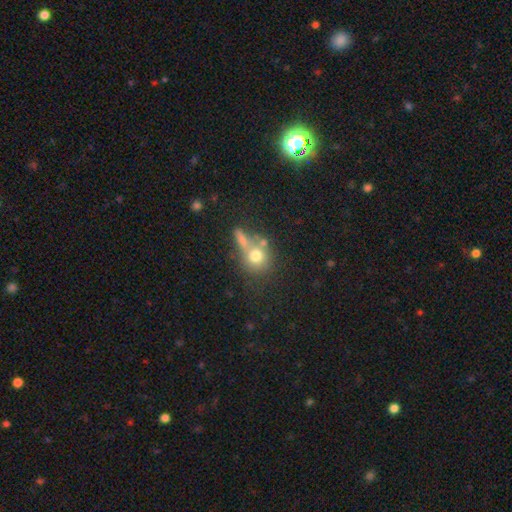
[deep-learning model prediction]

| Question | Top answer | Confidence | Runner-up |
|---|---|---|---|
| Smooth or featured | smooth | 72% | featured or disk (16%) |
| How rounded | round | 83% | in between (15%) |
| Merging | none | 47% | merger (32%) |